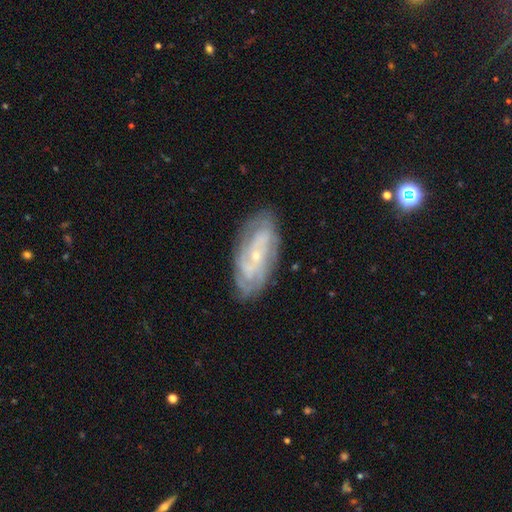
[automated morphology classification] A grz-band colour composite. It shows a featured or disk galaxy (79%) with no bar (66%), tight (62%) spiral arms (92%) and a small central bulge (78%). Merging: none (80%).